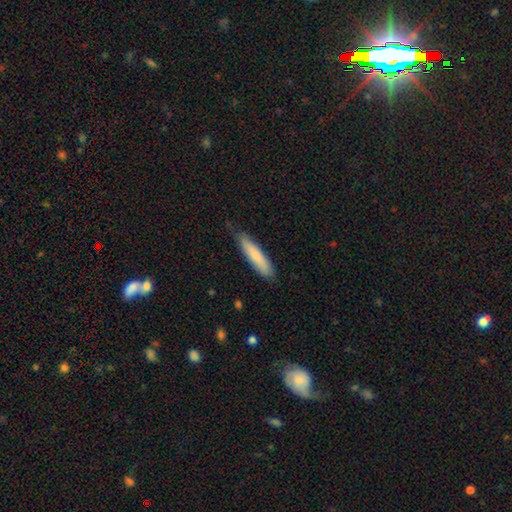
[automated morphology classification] Smooth or featured? Predicted: smooth (p=0.77). How rounded? Predicted: cigar-shaped (p=0.82). Merging? Predicted: none (p=0.76).